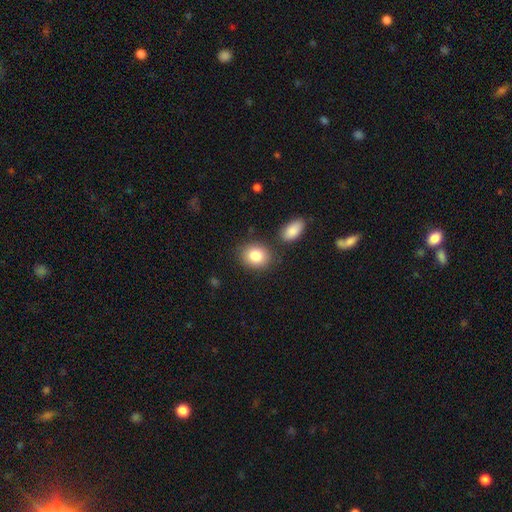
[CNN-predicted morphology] Overall: smooth (84%). How rounded: round (50%; in between 49%). Merging: none (76%).